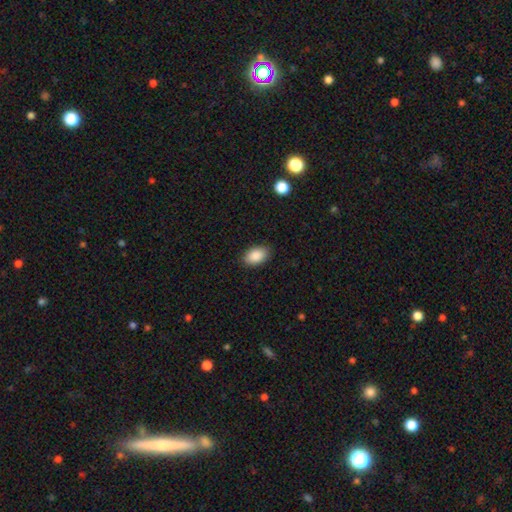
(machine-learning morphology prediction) smooth_or_featured: smooth (p=0.89) [alt: star or artifact p=0.07]
how_rounded: in between (p=0.92) [alt: round p=0.07]
merging: none (p=0.88) [alt: minor disturbance p=0.09]